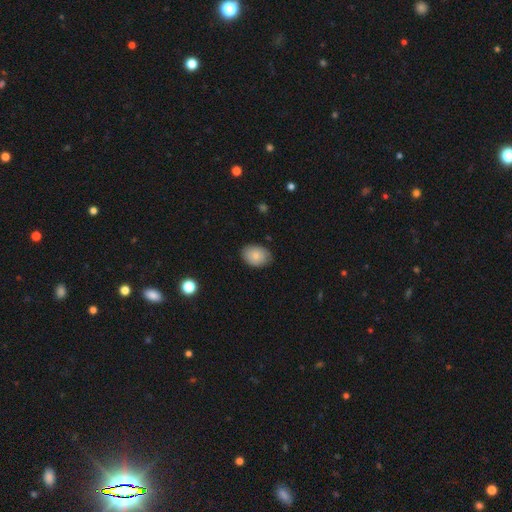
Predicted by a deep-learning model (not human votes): Smooth or featured: smooth — 80% (featured or disk — 12%)
How rounded: in between — 73% (round — 26%)
Merging: none — 79% (minor disturbance — 17%)